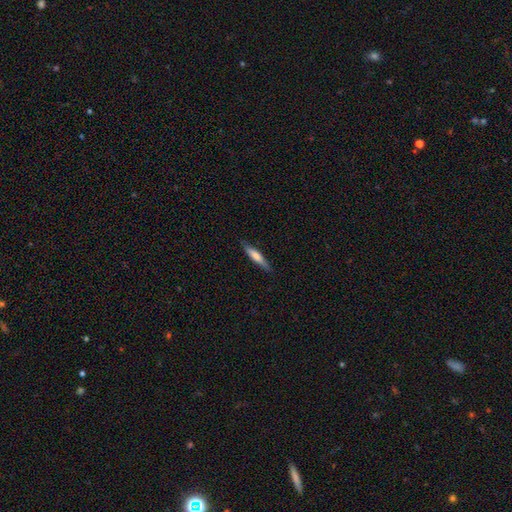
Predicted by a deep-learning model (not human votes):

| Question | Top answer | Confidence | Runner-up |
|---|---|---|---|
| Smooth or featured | smooth | 62% | featured or disk (32%) |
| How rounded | cigar-shaped | 85% | in between (13%) |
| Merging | none | 85% | minor disturbance (12%) |